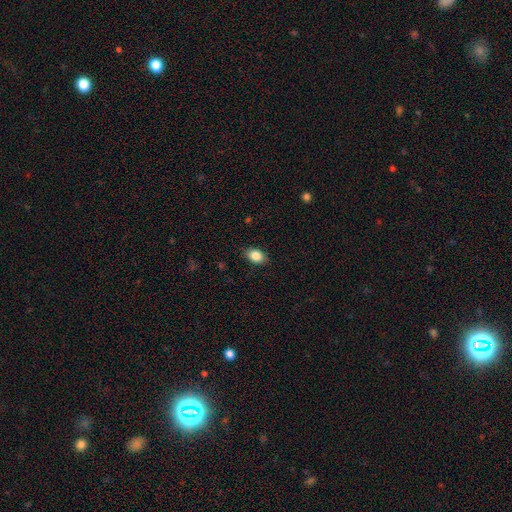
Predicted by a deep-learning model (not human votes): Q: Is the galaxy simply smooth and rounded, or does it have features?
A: smooth — 86%.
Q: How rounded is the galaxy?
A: in between — 80%.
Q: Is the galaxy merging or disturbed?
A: none — 86%.